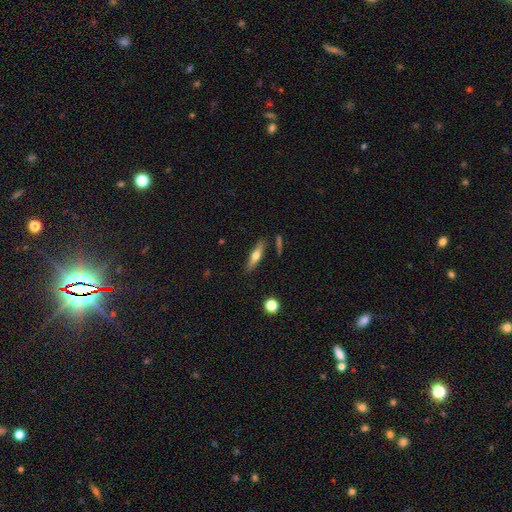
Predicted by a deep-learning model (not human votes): A featured or disk galaxy (49%). Merging: none (84%).